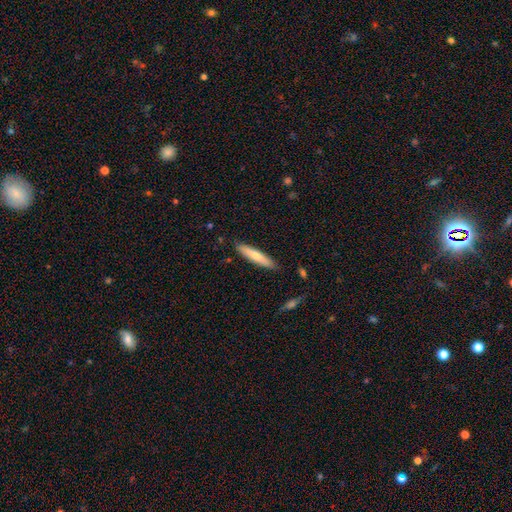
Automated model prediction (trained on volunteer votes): smooth-or-featured: smooth: 64% | featured or disk: 30% | star or artifact: 5%
  how-rounded: cigar-shaped: 86% | in between: 12% | round: 1%
  merging: none: 88% | minor disturbance: 9% | major disturbance: 2% | merger: 1%